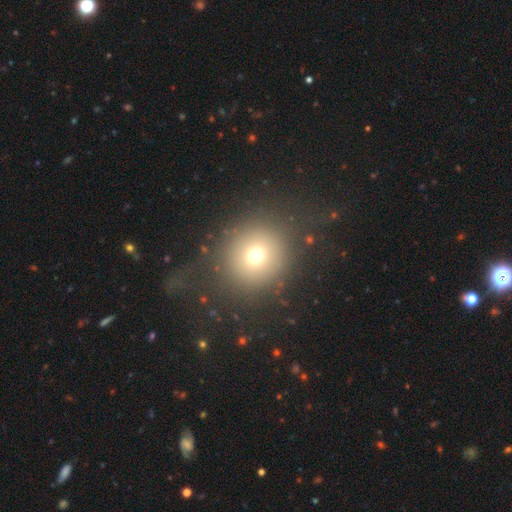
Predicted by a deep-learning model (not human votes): Smooth or featured: smooth — 69% (star or artifact — 18%)
How rounded: round — 89% (in between — 10%)
Merging: none — 74% (major disturbance — 13%)